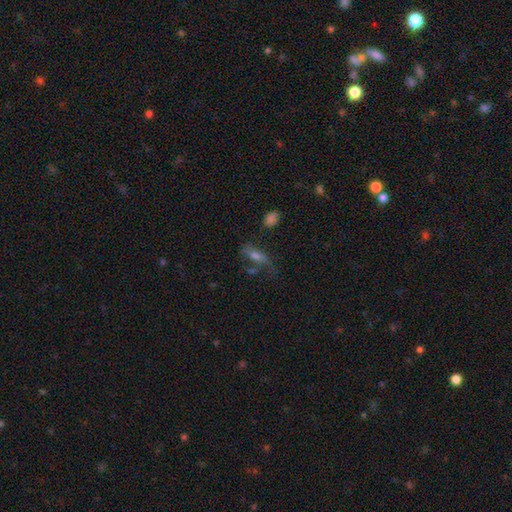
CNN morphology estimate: Smooth or featured: featured or disk — 41% (smooth — 40%)
Merging: none — 45% (major disturbance — 25%)